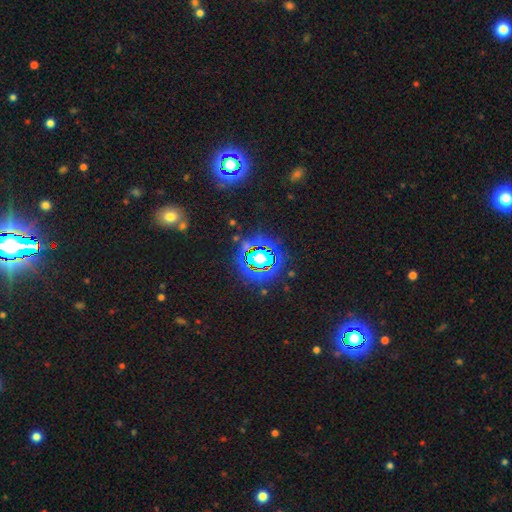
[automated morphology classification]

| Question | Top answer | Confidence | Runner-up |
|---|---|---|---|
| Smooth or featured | star or artifact | 77% | smooth (14%) |